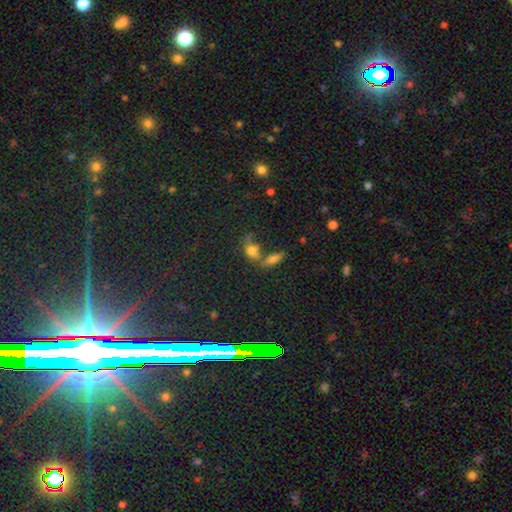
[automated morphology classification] A smooth galaxy with no disk features (52%) that is in between round and cigar-shaped (59%). Merging: merger (48%).